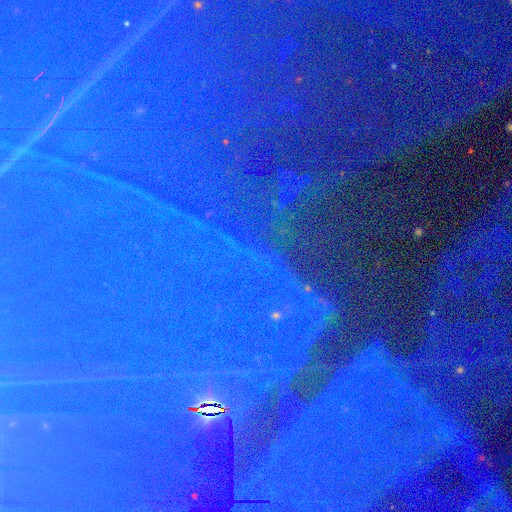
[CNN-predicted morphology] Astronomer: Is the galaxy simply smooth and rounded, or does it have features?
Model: star or artifact — 87%.